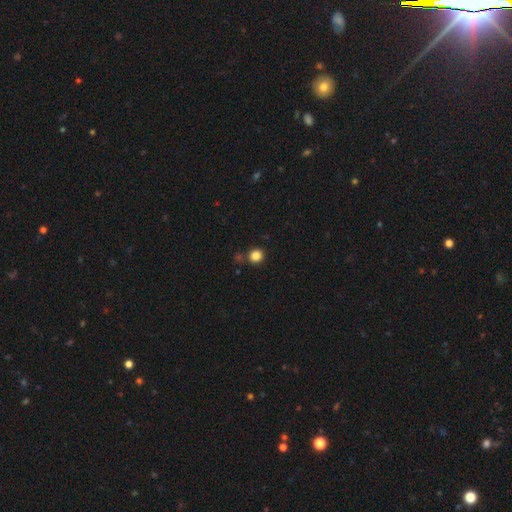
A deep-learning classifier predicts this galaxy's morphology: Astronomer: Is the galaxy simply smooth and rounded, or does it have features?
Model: smooth — 84%.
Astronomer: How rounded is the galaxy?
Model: round — 84%.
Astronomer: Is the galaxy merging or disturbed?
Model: none — 79%.